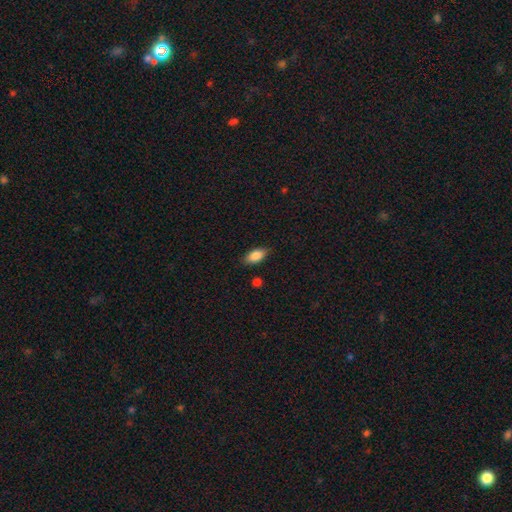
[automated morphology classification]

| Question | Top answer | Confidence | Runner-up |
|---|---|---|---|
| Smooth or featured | smooth | 85% | featured or disk (8%) |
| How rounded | in between | 89% | cigar-shaped (7%) |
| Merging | none | 83% | minor disturbance (13%) |